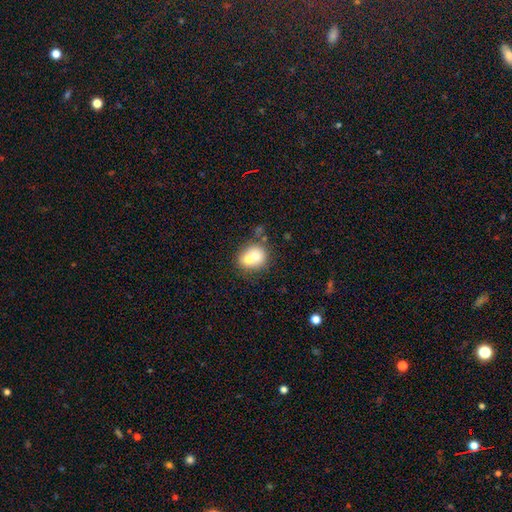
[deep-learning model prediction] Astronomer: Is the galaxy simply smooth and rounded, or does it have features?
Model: smooth — 66%.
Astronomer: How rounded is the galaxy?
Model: round — 68%.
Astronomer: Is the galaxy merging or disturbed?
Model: merger — 57%.